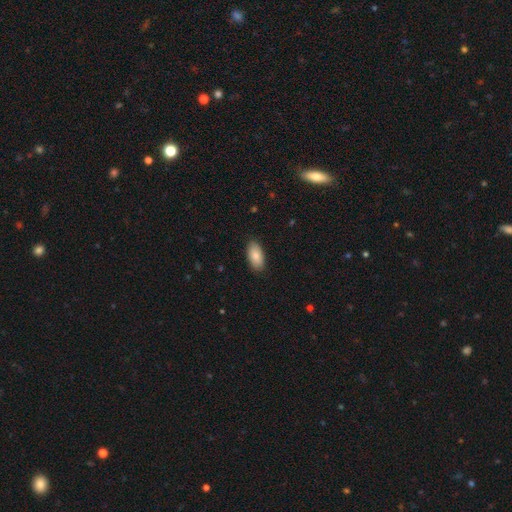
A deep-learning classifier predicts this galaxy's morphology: A smooth galaxy with no disk features (85%) that is in between round and cigar-shaped (93%). Merging: none (87%).